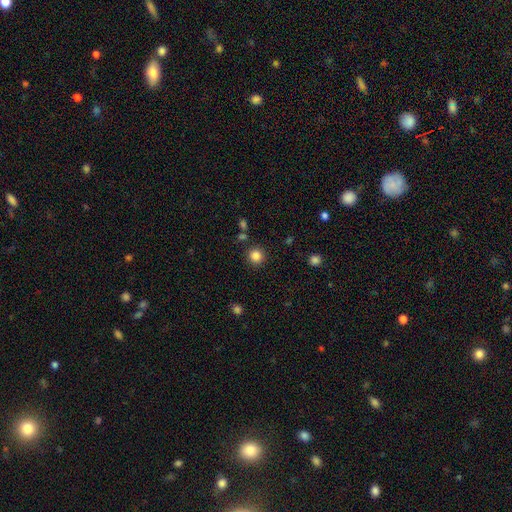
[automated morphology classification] smooth_or_featured: smooth (p=0.84) [alt: star or artifact p=0.12]
how_rounded: round (p=0.93) [alt: in between p=0.06]
merging: none (p=0.88) [alt: minor disturbance p=0.06]